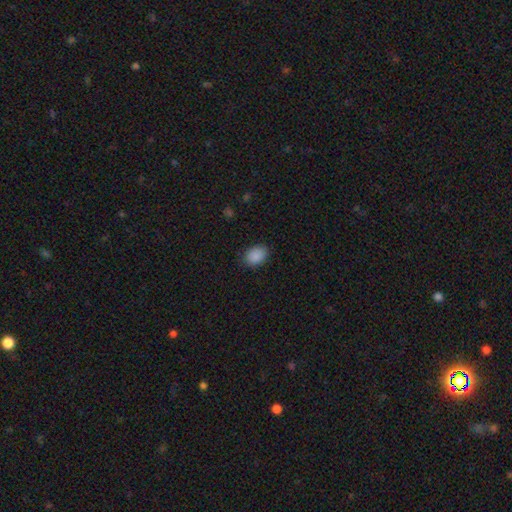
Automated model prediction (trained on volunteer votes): Smooth or featured: smooth — 89% (star or artifact — 8%)
How rounded: in between — 74% (round — 25%)
Merging: none — 84% (minor disturbance — 12%)